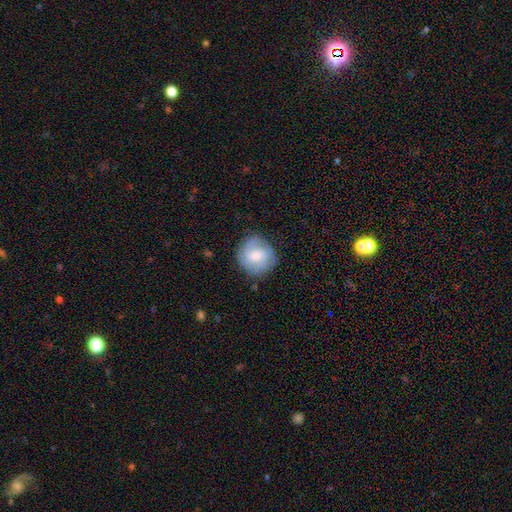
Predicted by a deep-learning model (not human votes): Smooth or featured?
  - featured or disk: 61% *
  - smooth: 32%
  - star or artifact: 7%
Edge-on disk?
  - no: 98% *
  - yes: 2%
Bar?
  - no: 64% *
  - weak: 32%
  - strong: 4%
Spiral arms?
  - yes: 91% *
  - no: 9%
Spiral winding?
  - tight: 58% *
  - medium: 34%
  - loose: 9%
Spiral arm count?
  - 3: 30% *
  - can't tell: 28%
  - 2: 24%
  - 4: 8%
  - 1: 5%
  - more than 4: 5%
Bulge size?
  - moderate: 42% * (tied)
  - small: 42% * (tied)
  - large: 8%
  - none: 6%
  - dominant: 2%
Merging?
  - none: 79% *
  - minor disturbance: 14%
  - major disturbance: 5%
  - merger: 1%